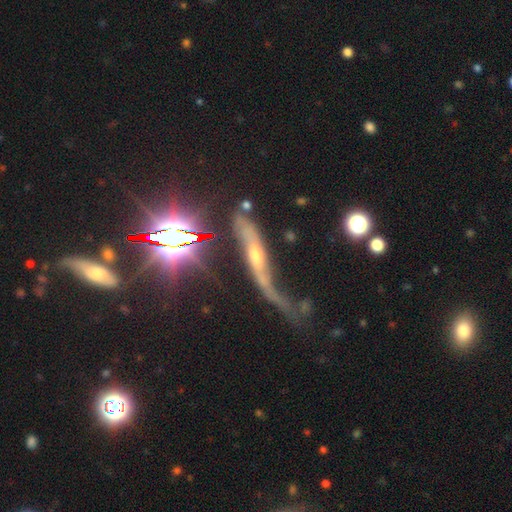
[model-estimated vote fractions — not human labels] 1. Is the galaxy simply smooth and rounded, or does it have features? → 67% featured or disk, 18% star or artifact, 15% smooth.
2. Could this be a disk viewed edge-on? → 51% yes, 49% no.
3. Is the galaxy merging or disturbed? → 37% major disturbance, 32% none, 20% minor disturbance, 11% merger.